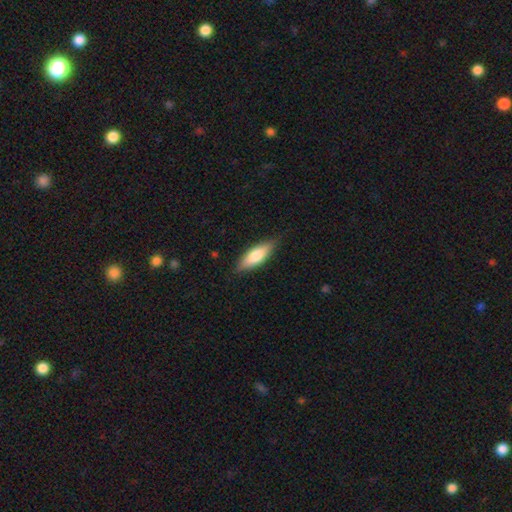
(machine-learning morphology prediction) smooth_or_featured: smooth (p=0.74) [alt: featured or disk p=0.21]
how_rounded: in between (p=0.58) [alt: cigar-shaped p=0.40]
merging: none (p=0.84) [alt: minor disturbance p=0.13]